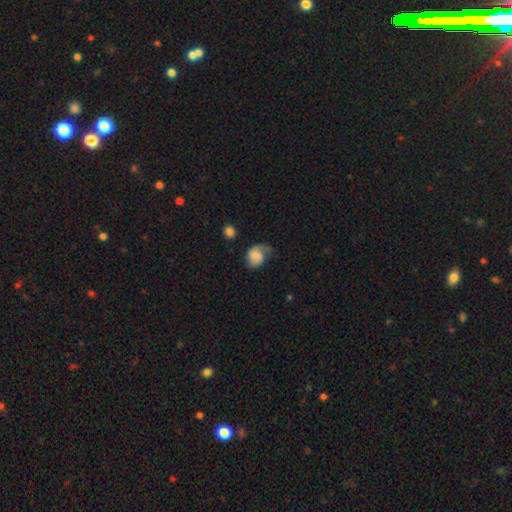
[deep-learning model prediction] The model was most divided on "merging": none: 35%, minor disturbance: 33%, major disturbance: 29%, merger: 3%. More confident: smooth or featured — smooth (58%); how rounded — in between (54%).